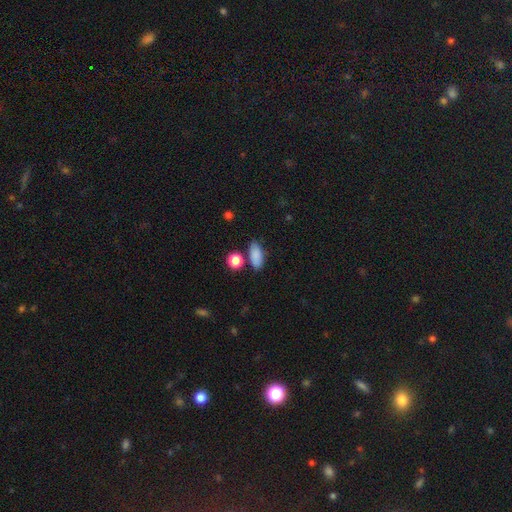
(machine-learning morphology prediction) Overall: smooth (86%). How rounded: in between (81%). Merging: none (74%).